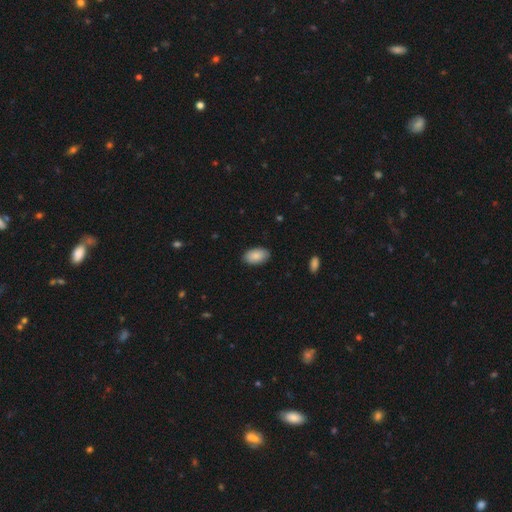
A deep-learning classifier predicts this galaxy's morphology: A smooth galaxy with no disk features (88%) that is in between round and cigar-shaped (95%). Merging: none (86%).